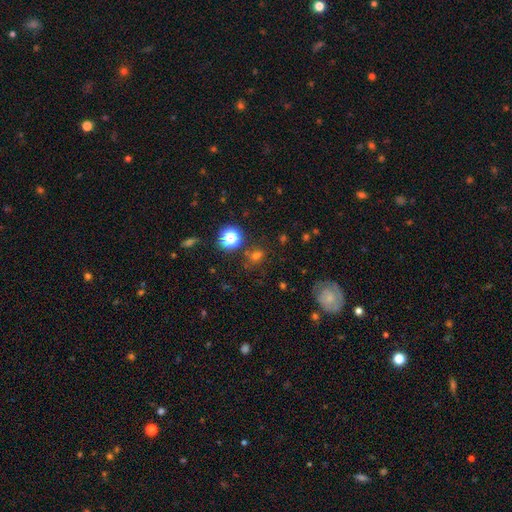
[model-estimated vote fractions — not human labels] This is possibly a smooth galaxy (53%). How rounded: likely round (72%). Merging: likely none (73%).